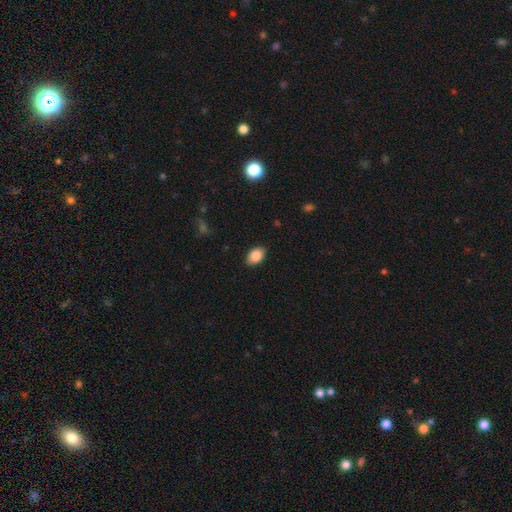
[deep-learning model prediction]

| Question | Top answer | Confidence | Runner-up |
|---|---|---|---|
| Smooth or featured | smooth | 88% | star or artifact (7%) |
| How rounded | in between | 86% | round (13%) |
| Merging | none | 87% | minor disturbance (10%) |